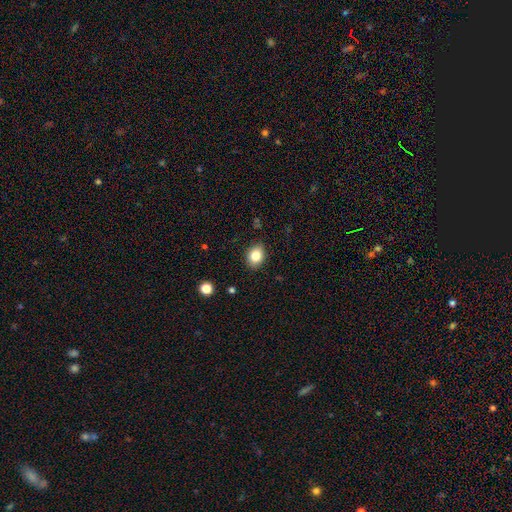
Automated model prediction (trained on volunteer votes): smooth-or-featured: smooth: 83% | star or artifact: 10% | featured or disk: 7%
  how-rounded: in between: 61% | round: 38% | cigar-shaped: 1%
  merging: none: 86% | minor disturbance: 10% | major disturbance: 2% | merger: 1%